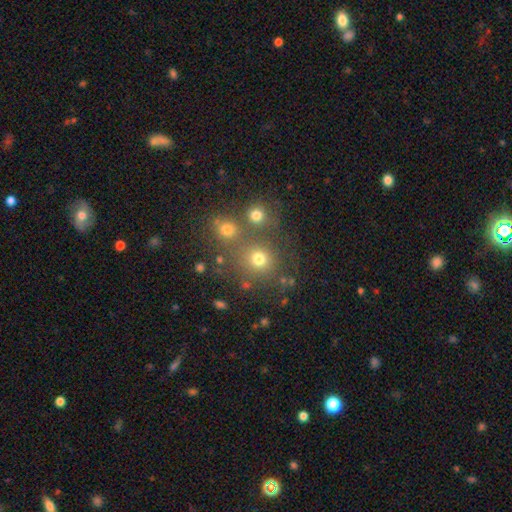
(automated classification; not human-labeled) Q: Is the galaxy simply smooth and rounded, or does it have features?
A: smooth — 55%.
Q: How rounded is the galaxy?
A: round — 87%.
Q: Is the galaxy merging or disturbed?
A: none — 61%.